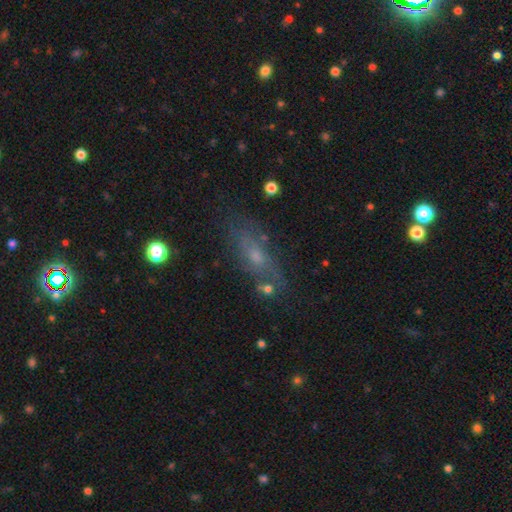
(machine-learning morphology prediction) smooth 40%, star or artifact 30%, featured or disk 30%. Down the decision tree: merging — none (72%).